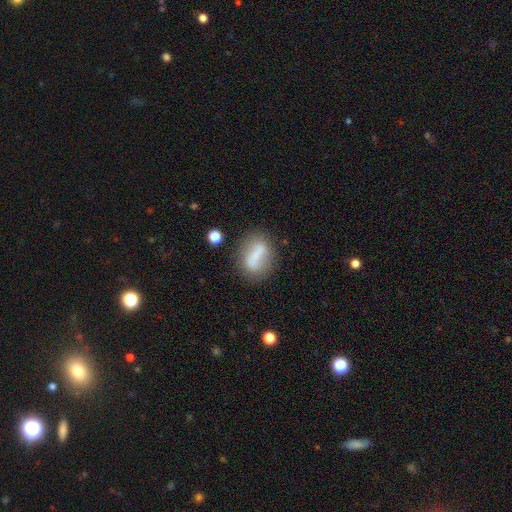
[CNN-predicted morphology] Smooth or featured? smooth (64%)
How rounded? in between (63%)
Merging? none (71%)